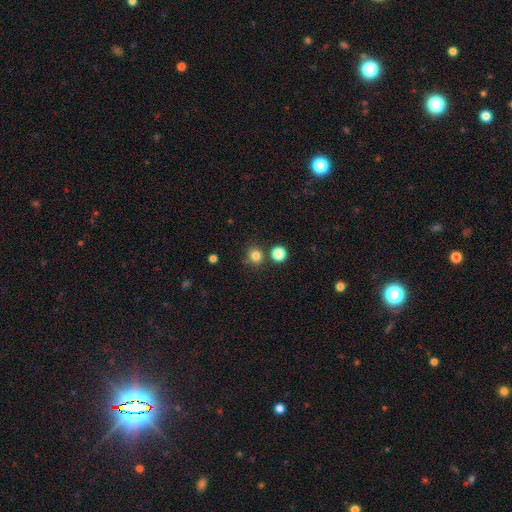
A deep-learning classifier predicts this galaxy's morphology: Q: Smooth or featured?
A: smooth (81%); runner-up: star or artifact (14%)
Q: How rounded?
A: round (89%); runner-up: in between (10%)
Q: Merging?
A: none (78%); runner-up: merger (10%)